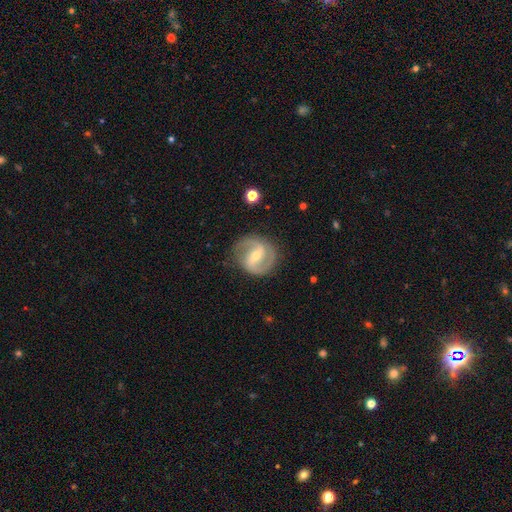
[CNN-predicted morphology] The model was most divided on "bar": weak: 44%, strong: 43%, no: 13%. Remaining: edge-on disk — no (98%); spiral arms — yes (95%); spiral arm count — 2 (91%); smooth or featured — featured or disk (87%); merging — none (82%); spiral winding — medium (54%); bulge size — small (49%).